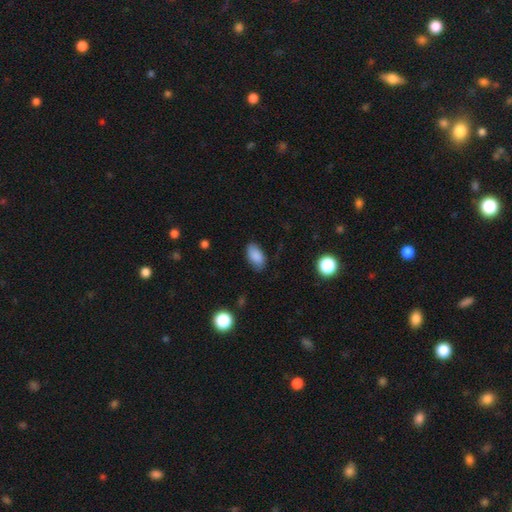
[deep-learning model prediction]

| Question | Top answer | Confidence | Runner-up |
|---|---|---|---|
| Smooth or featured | smooth | 86% | star or artifact (8%) |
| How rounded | in between | 93% | round (5%) |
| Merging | none | 80% | minor disturbance (16%) |